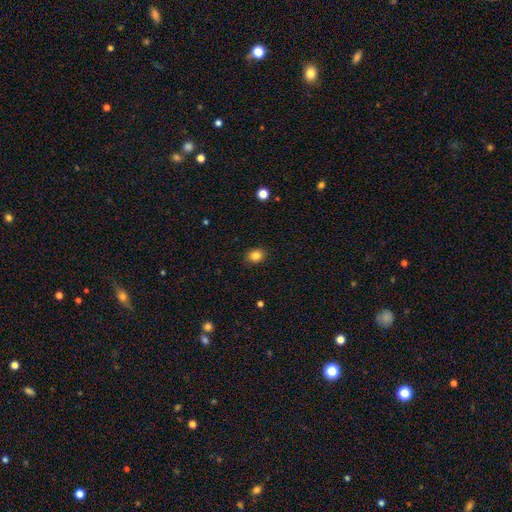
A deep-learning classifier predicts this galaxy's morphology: This appears to be a smooth galaxy with no disk features (84%) that is round (52%). Merging: none (89%).